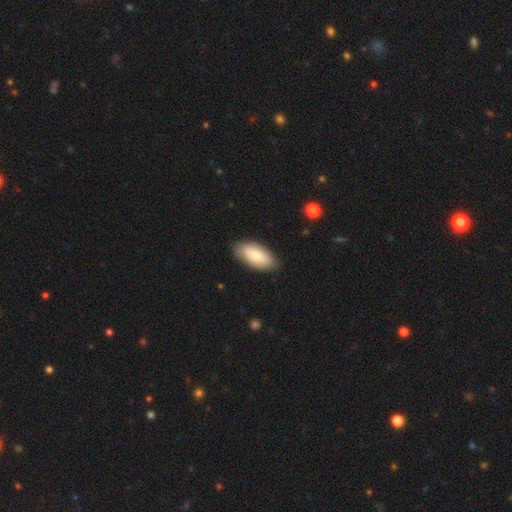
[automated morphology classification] Q: Smooth or featured?
A: smooth (74%); runner-up: featured or disk (21%)
Q: How rounded?
A: in between (93%); runner-up: cigar-shaped (5%)
Q: Merging?
A: none (84%); runner-up: minor disturbance (12%)